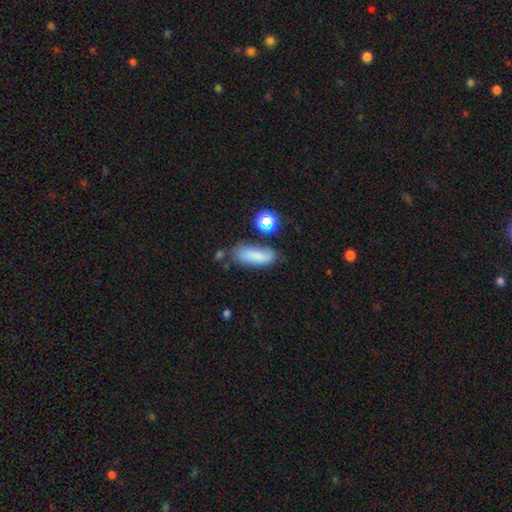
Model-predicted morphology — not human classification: A smooth galaxy with no disk features (74%) that is in between round and cigar-shaped (66%).

Vote fractions:
- Smooth or featured? smooth: 74% / featured or disk: 14% / star or artifact: 12%
- How rounded? in between: 66% / cigar-shaped: 30% / round: 5%
- Merging? none: 62% / minor disturbance: 23% / major disturbance: 8% / merger: 7%